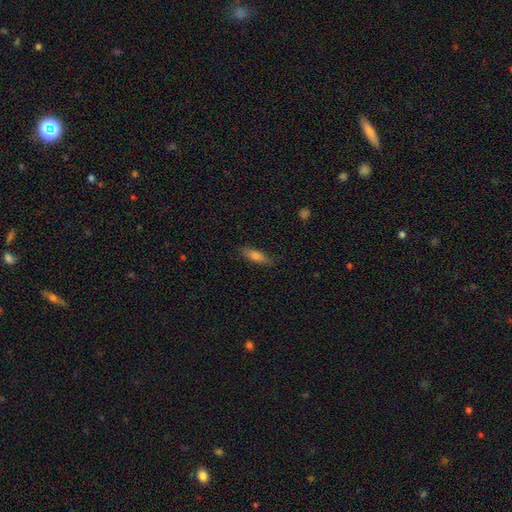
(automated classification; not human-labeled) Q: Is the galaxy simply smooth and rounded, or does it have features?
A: smooth — 69%.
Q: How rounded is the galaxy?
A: cigar-shaped — 54%.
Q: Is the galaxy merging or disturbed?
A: none — 85%.